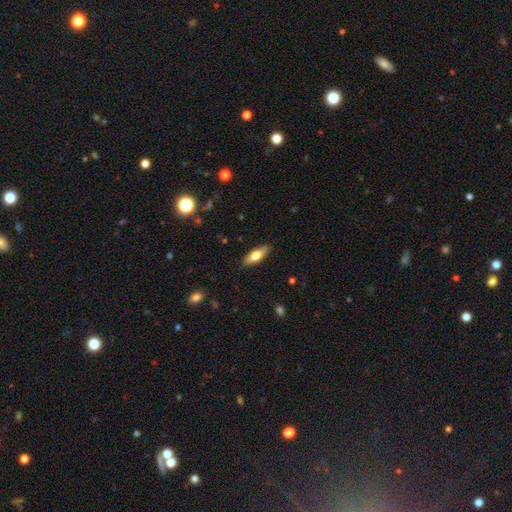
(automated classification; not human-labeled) A smooth galaxy with no disk features (64%) that is in between round and cigar-shaped (56%).

Vote fractions:
- Smooth or featured? smooth: 64% / featured or disk: 30% / star or artifact: 6%
- How rounded? in between: 56% / cigar-shaped: 42% / round: 2%
- Merging? none: 88% / minor disturbance: 9% / major disturbance: 2% / merger: 1%